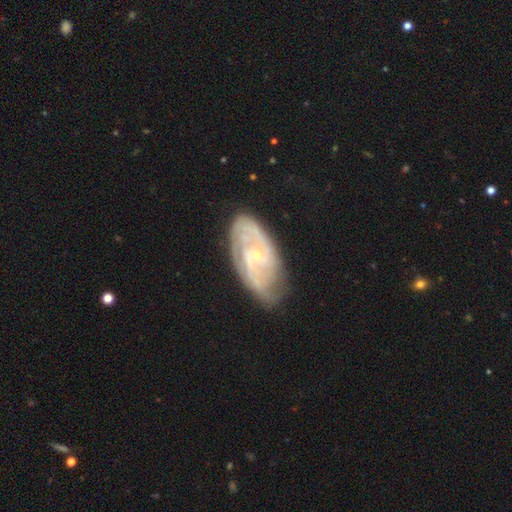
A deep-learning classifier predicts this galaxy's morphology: Overall: featured or disk (84%). Edge-on disk: no (95%). Bar: no (50%; weak 39%). Spiral arms: yes (95%). Spiral arm count: 2 (42%; can't tell 27%). Spiral winding: tight (49%; medium 39%). Bulge size: small (80%). Merging: none (73%).